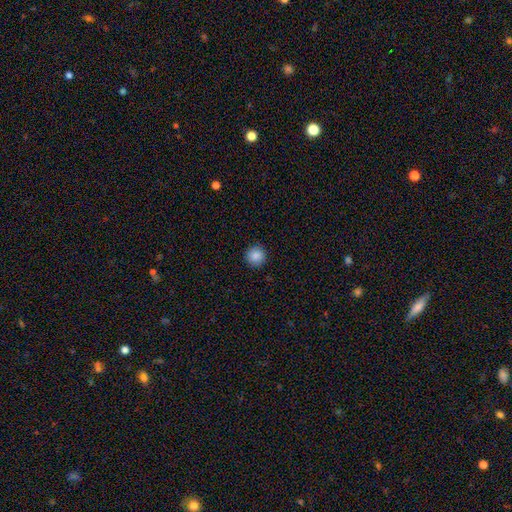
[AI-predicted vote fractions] Overall: smooth (88%). How rounded: round (95%). Merging: none (92%).